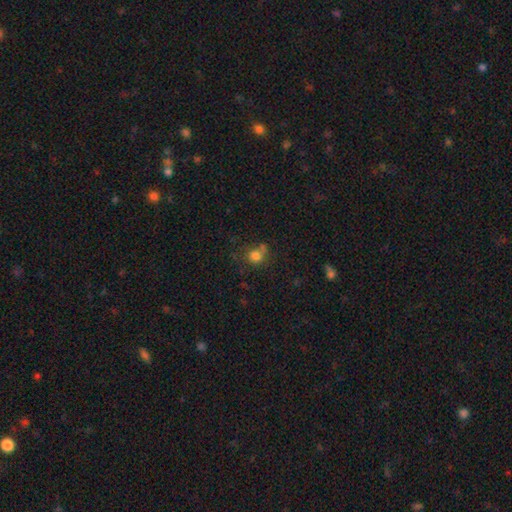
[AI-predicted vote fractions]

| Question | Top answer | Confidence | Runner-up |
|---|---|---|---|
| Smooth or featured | smooth | 77% | star or artifact (14%) |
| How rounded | round | 80% | in between (19%) |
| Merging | none | 52% | merger (23%) |